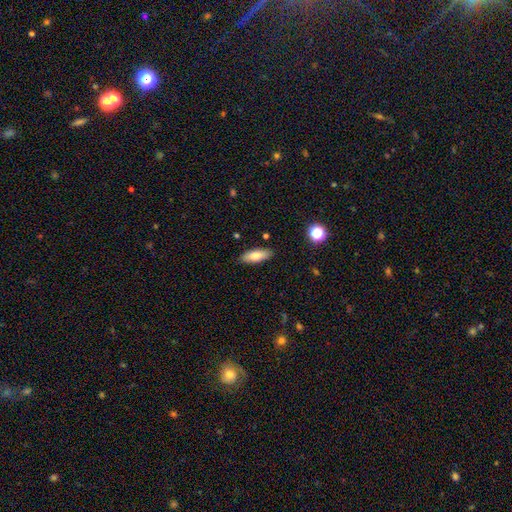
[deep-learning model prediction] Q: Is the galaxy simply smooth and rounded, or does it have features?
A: smooth — 78%.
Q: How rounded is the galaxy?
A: in between — 67%.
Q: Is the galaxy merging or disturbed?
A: none — 87%.